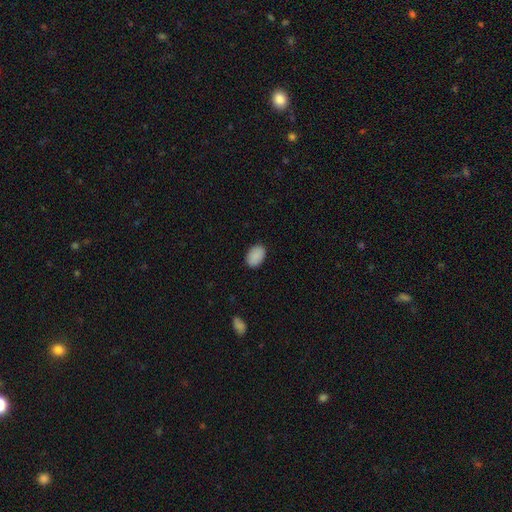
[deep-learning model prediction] A smooth galaxy with no disk features (90%) that is in between round and cigar-shaped (86%).

Vote fractions:
- Smooth or featured? smooth: 90% / star or artifact: 7% / featured or disk: 3%
- How rounded? in between: 86% / round: 13% / cigar-shaped: 1%
- Merging? none: 88% / minor disturbance: 9% / major disturbance: 2% / merger: 1%